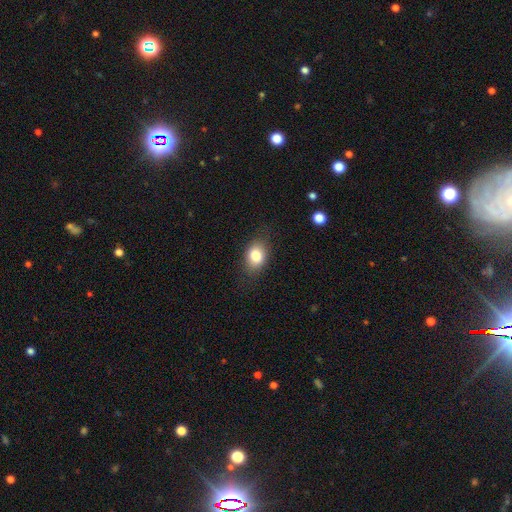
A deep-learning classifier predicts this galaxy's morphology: Overall: smooth (79%). How rounded: in between (73%). Merging: none (79%).